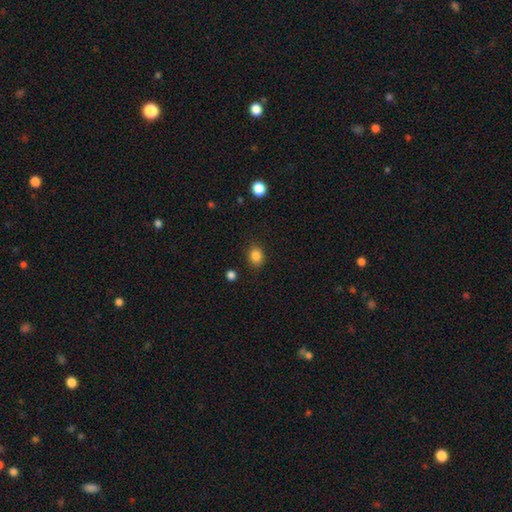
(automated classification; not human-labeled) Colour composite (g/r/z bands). It shows a smooth galaxy with no disk features (85%) that is in between round and cigar-shaped (52%). Merging: none (85%).